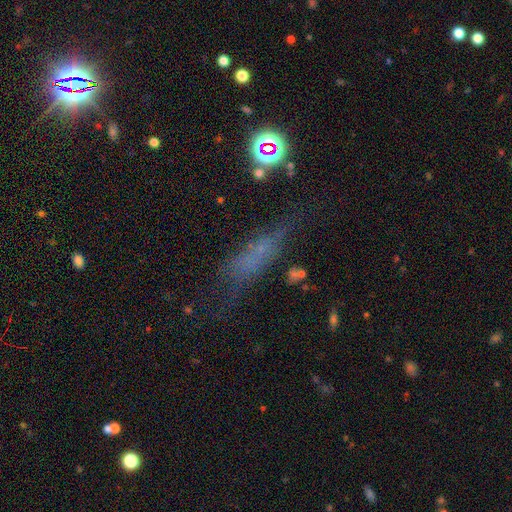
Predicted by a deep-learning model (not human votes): This appears to be a smooth galaxy with no disk features (45%). Merging: none (52%).